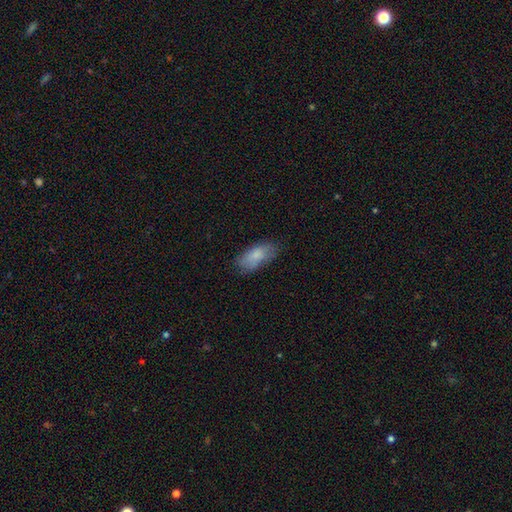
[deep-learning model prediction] Smooth or featured: smooth — 80% (featured or disk — 13%)
How rounded: in between — 85% (cigar-shaped — 12%)
Merging: none — 66% (minor disturbance — 25%)